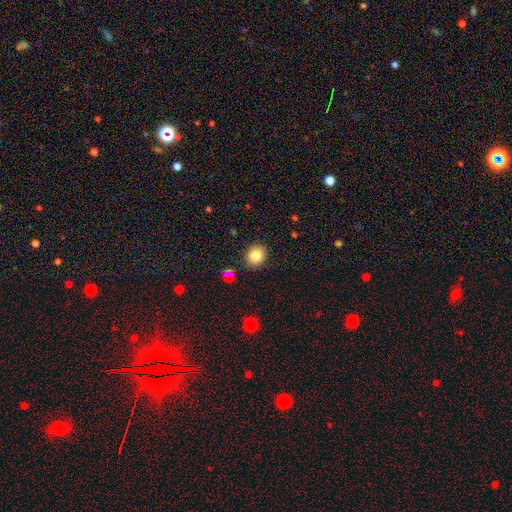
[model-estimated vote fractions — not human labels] smooth_or_featured: smooth (p=0.81) [alt: star or artifact p=0.11]
how_rounded: round (p=0.74) [alt: in between p=0.26]
merging: none (p=0.89) [alt: minor disturbance p=0.07]